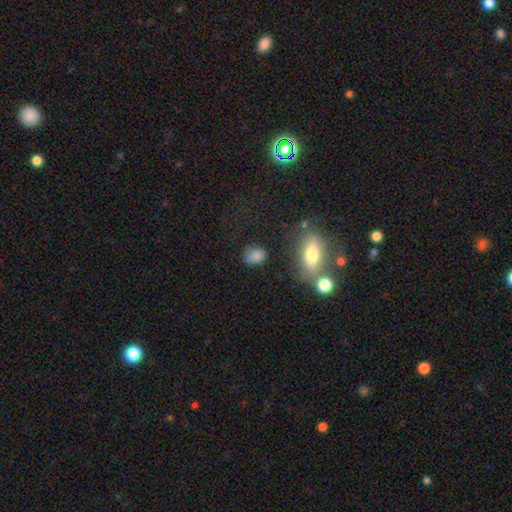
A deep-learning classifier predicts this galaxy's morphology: Smooth or featured?
  - smooth: 82% *
  - star or artifact: 11%
  - featured or disk: 7%
How rounded?
  - in between: 67% *
  - round: 31%
  - cigar-shaped: 2%
Merging?
  - none: 68% *
  - minor disturbance: 19%
  - major disturbance: 7%
  - merger: 6%